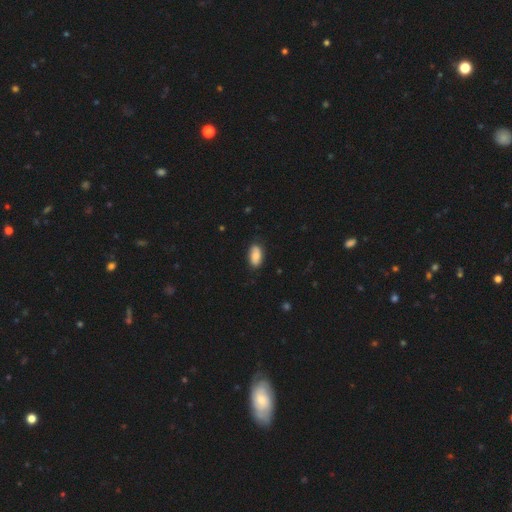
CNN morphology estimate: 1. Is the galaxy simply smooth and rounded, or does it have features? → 84% smooth, 10% featured or disk, 7% star or artifact.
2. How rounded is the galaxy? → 93% in between, 4% cigar-shaped, 3% round.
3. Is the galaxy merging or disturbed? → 80% none, 16% minor disturbance, 3% major disturbance, 1% merger.